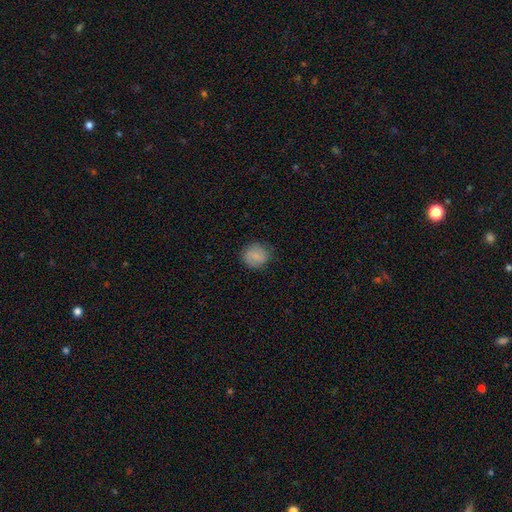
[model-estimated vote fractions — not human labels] Overall: smooth (82%). How rounded: round (89%). Merging: none (85%).